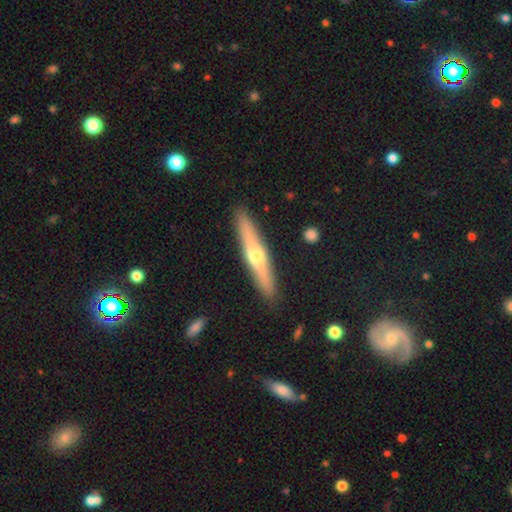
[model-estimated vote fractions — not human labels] smooth-or-featured: featured or disk: 55% | smooth: 39% | star or artifact: 6%
  disk-edge-on: yes: 93% | no: 7%
    edge-on-bulge: rounded: 87% | none: 10% | boxy: 3%
  merging: none: 90% | minor disturbance: 7% | major disturbance: 2% | merger: 1%